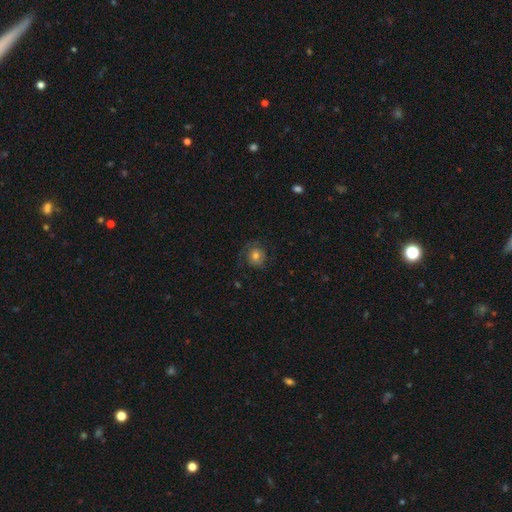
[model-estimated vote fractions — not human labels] The model was most divided on "smooth or featured": smooth: 65%, featured or disk: 24%, star or artifact: 11%. More confident: how rounded — round (81%); merging — none (71%).